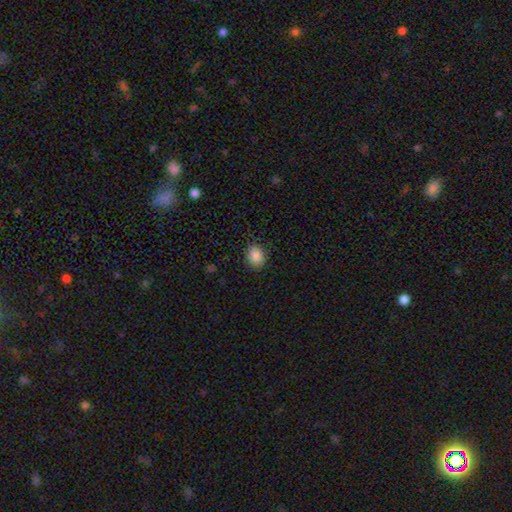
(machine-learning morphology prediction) This is clearly a smooth galaxy (87%). How rounded: possibly round (50%). Merging: clearly none (88%).